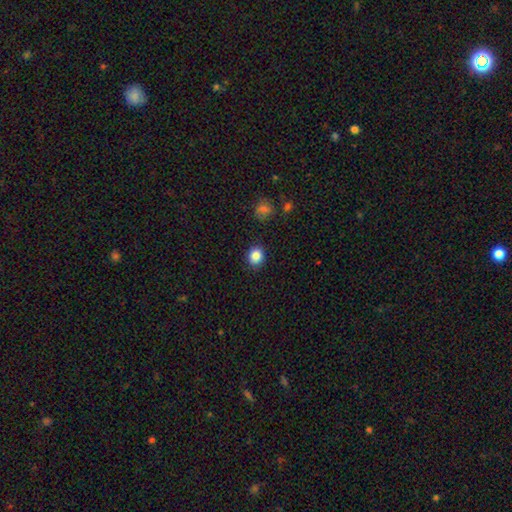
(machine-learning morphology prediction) The model was most divided on "how rounded": round: 69%, in between: 30%, cigar-shaped: 1%. More confident: merging — none (87%); smooth or featured — smooth (86%).